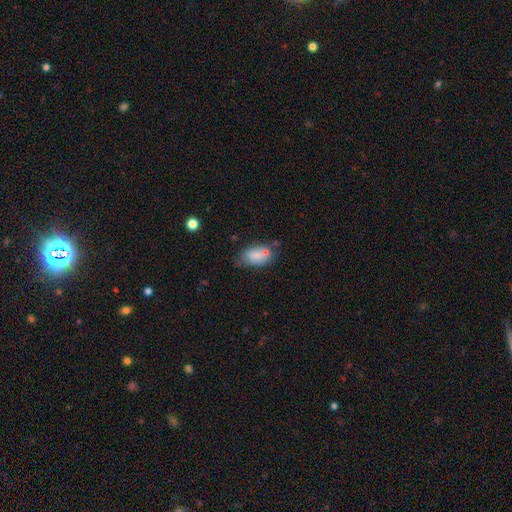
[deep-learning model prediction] smooth 78%, featured or disk 14%, star or artifact 8%. Down the decision tree: how rounded — in between (90%); merging — none (49%).